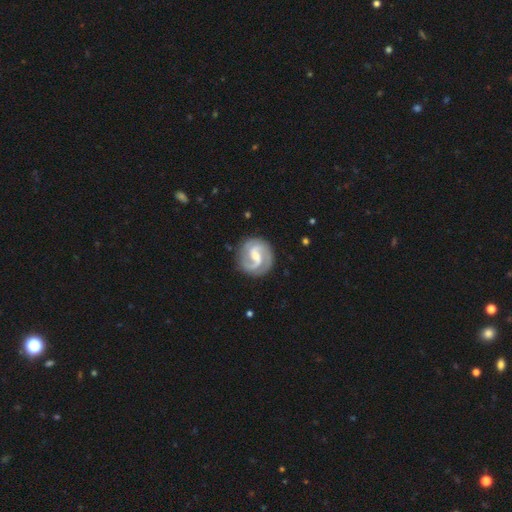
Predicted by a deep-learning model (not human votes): A featured or disk galaxy (89%) with a weak bar (55%), 2 (88%) medium (51%) spiral arms (97%) and a moderate central bulge (46%). Merging: none (82%).